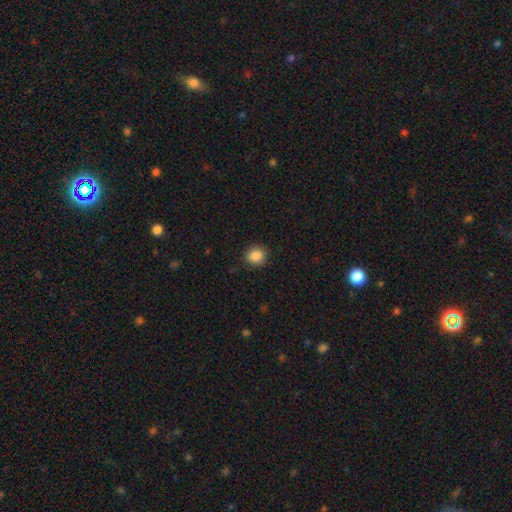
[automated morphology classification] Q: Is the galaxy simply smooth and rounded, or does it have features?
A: smooth — 88%.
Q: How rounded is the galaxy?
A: round — 85%.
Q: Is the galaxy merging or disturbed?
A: none — 89%.